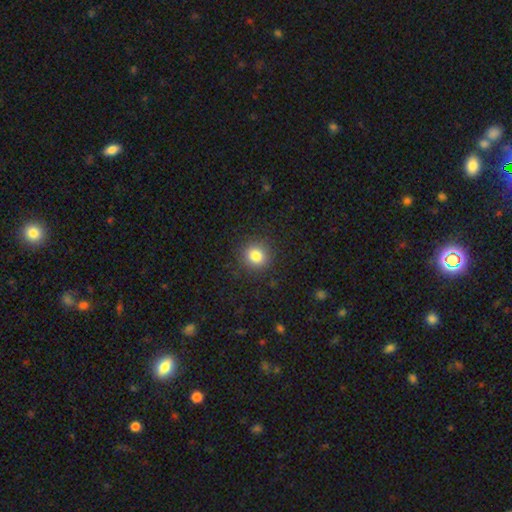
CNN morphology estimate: Smooth or featured: smooth — 83% (star or artifact — 12%)
How rounded: round — 90% (in between — 9%)
Merging: none — 90% (minor disturbance — 7%)